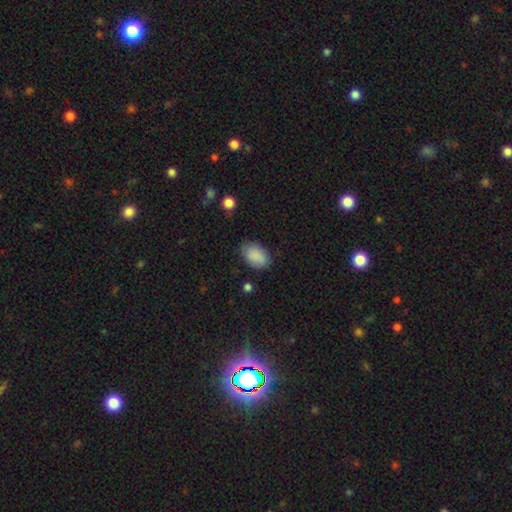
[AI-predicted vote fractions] A smooth galaxy with no disk features (88%) that is in between round and cigar-shaped (86%).

Vote fractions:
- Smooth or featured? smooth: 88% / star or artifact: 7% / featured or disk: 5%
- How rounded? in between: 86% / round: 12% / cigar-shaped: 1%
- Merging? none: 76% / minor disturbance: 18% / major disturbance: 4% / merger: 2%